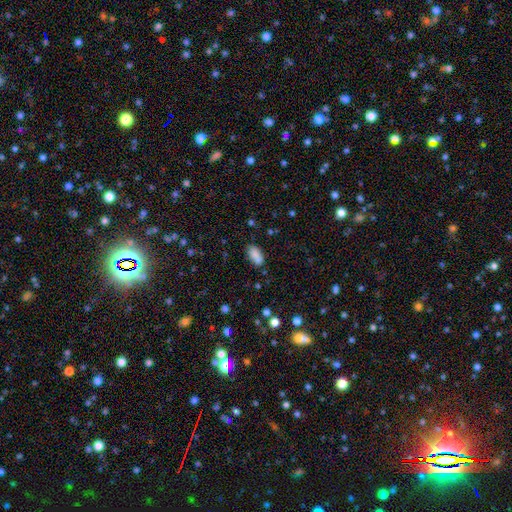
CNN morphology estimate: Q: Smooth or featured?
A: smooth (83%); runner-up: star or artifact (9%)
Q: How rounded?
A: in between (91%); runner-up: cigar-shaped (5%)
Q: Merging?
A: none (69%); runner-up: minor disturbance (17%)